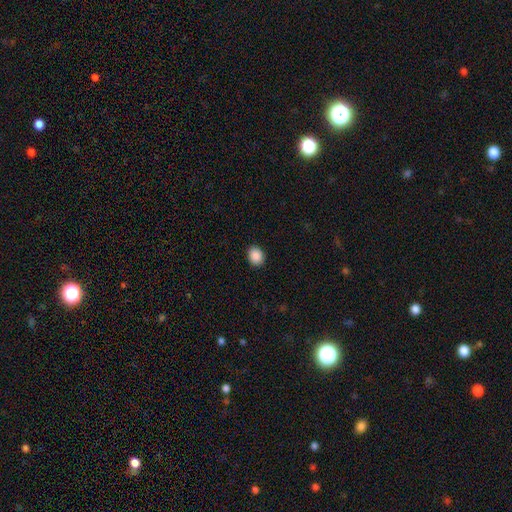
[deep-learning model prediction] Overall: smooth (89%). How rounded: in between (55%; round 44%). Merging: none (90%).